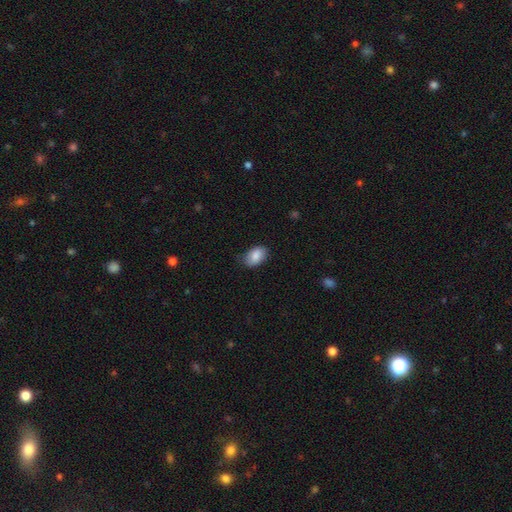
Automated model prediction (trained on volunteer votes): smooth 86%, featured or disk 7%, star or artifact 7%. Down the decision tree: how rounded — in between (89%); merging — none (77%).